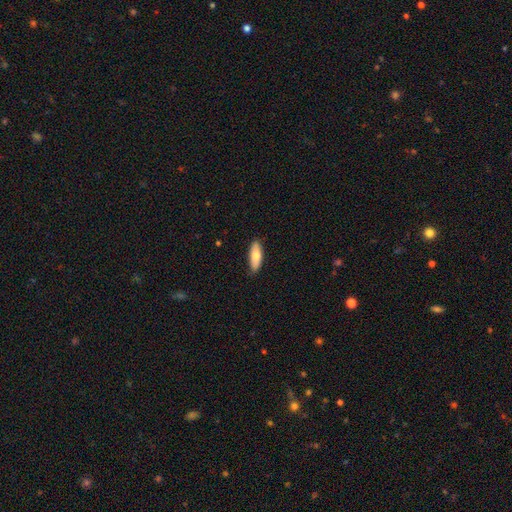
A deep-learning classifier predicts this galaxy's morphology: Smooth or featured? smooth (73%)
How rounded? in between (66%)
Merging? none (83%)